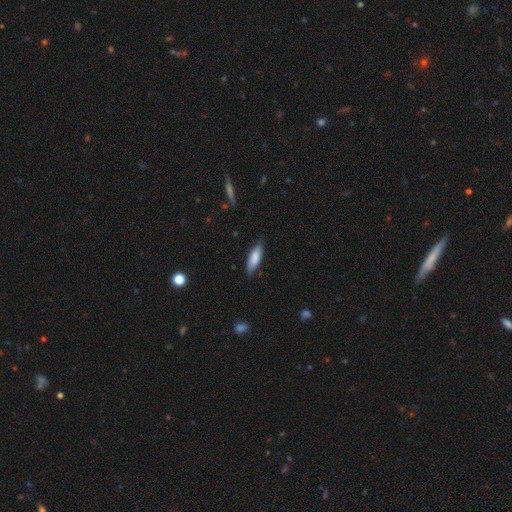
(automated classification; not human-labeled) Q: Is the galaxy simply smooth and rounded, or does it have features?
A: smooth — 79%.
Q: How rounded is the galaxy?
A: in between — 50%.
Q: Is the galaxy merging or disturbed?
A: none — 78%.